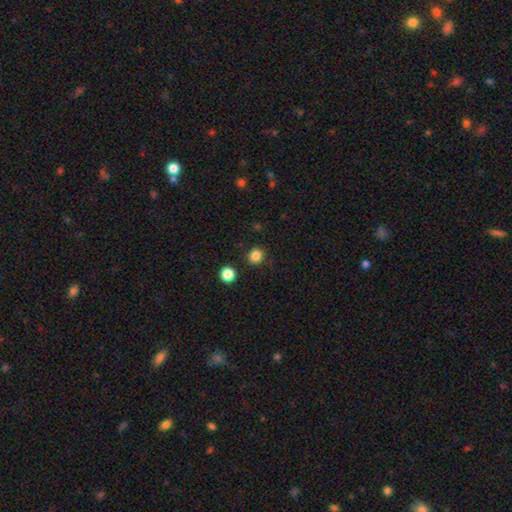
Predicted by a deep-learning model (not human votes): smooth-or-featured: smooth: 84% | star or artifact: 13% | featured or disk: 3%
  how-rounded: round: 84% | in between: 15% | cigar-shaped: 1%
  merging: none: 89% | minor disturbance: 6% | merger: 3% | major disturbance: 2%